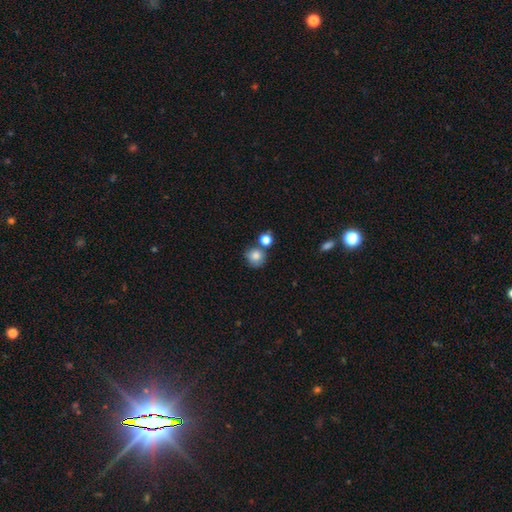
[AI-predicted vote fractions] smooth-or-featured: smooth: 82% | star or artifact: 10% | featured or disk: 8%
  how-rounded: round: 87% | in between: 12% | cigar-shaped: 1%
  merging: none: 62% | merger: 19% | minor disturbance: 14% | major disturbance: 5%